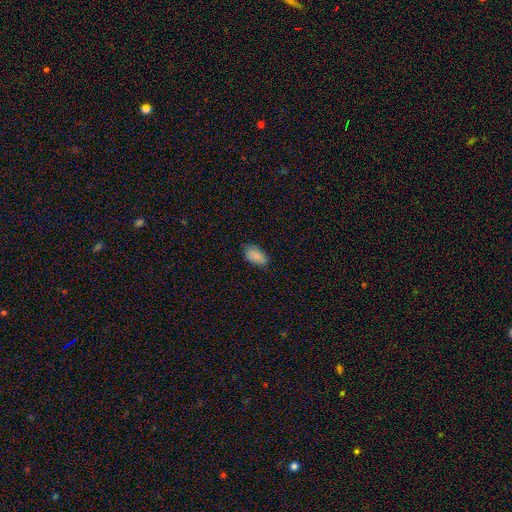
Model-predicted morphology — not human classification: smooth_or_featured: smooth (p=0.86) [alt: featured or disk p=0.07]
how_rounded: in between (p=0.94) [alt: round p=0.03]
merging: none (p=0.78) [alt: minor disturbance p=0.18]